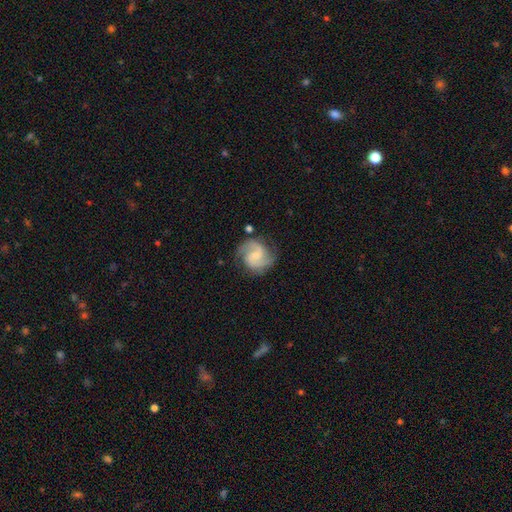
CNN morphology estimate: smooth_or_featured: featured or disk (p=0.85) [alt: smooth p=0.10]
disk_edge_on: no (p=0.98) [alt: yes p=0.02]
bar: weak (p=0.49) [alt: no p=0.41]
has_spiral_arms: yes (p=0.97) [alt: no p=0.03]
spiral_winding: medium (p=0.56) [alt: tight p=0.25]
spiral_arm_count: 2 (p=0.86) [alt: 3 p=0.05]
bulge_size: small (p=0.60) [alt: moderate p=0.30]
merging: none (p=0.77) [alt: minor disturbance p=0.15]